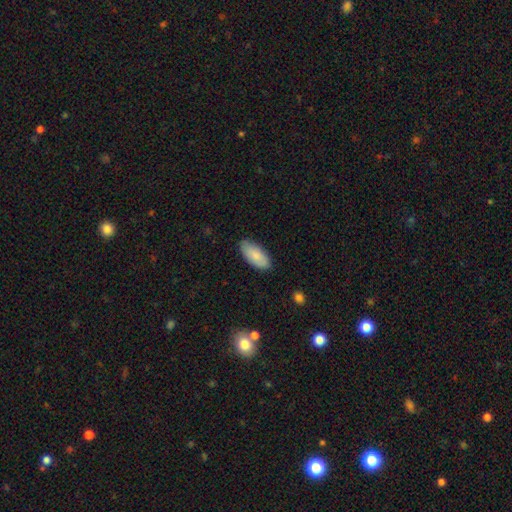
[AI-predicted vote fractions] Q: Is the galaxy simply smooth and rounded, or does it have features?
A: smooth — 83%.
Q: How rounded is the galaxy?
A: in between — 91%.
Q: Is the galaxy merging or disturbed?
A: none — 82%.